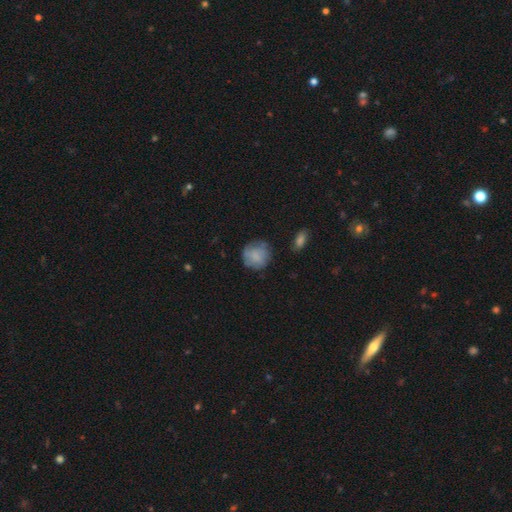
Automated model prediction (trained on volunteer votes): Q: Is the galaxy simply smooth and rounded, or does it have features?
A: smooth — 72%.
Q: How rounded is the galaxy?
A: round — 88%.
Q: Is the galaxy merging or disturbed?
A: none — 67%.